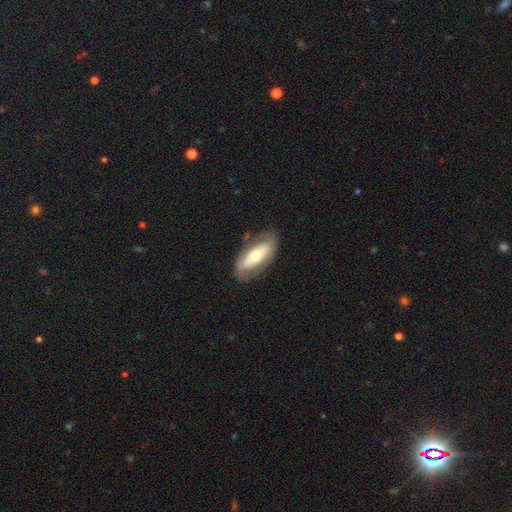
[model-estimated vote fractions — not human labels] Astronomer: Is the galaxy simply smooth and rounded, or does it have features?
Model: featured or disk — 49% (runner-up: smooth, 46%).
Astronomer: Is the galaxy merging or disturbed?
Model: none — 77%.